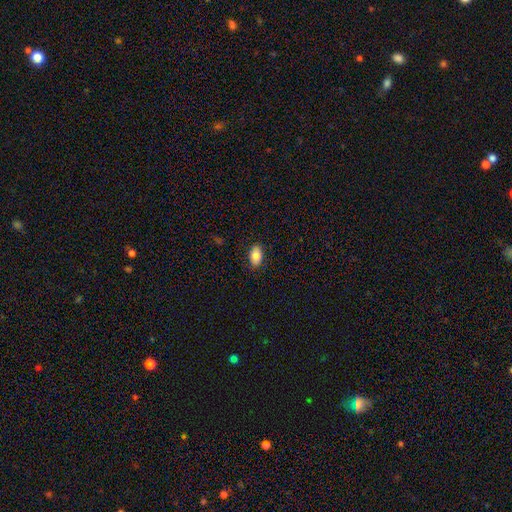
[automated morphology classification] smooth 85%, featured or disk 8%, star or artifact 7%. Down the decision tree: how rounded — in between (91%); merging — none (87%).